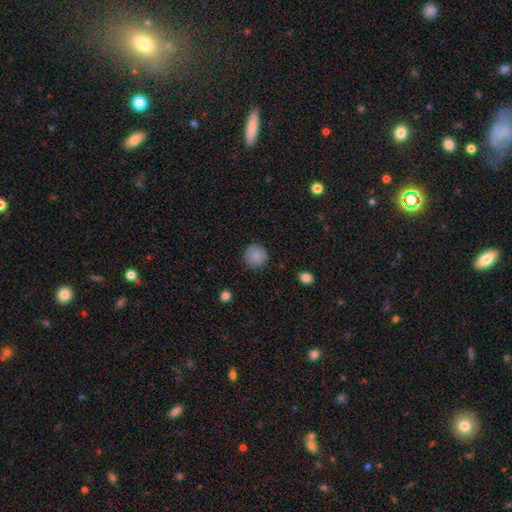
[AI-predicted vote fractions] Smooth or featured? smooth (85%)
How rounded? round (92%)
Merging? none (86%)